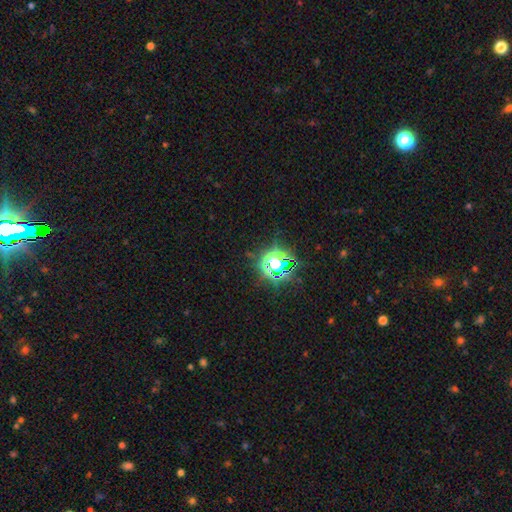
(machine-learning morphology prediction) Q: Smooth or featured?
A: star or artifact (81%); runner-up: smooth (13%)